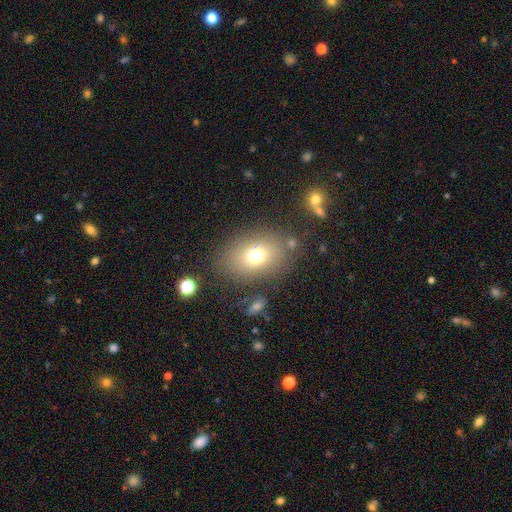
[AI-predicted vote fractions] Overall: smooth (72%). How rounded: in between (72%). Merging: none (78%).